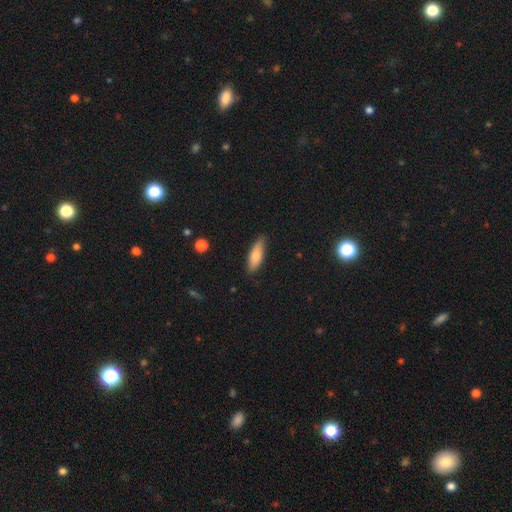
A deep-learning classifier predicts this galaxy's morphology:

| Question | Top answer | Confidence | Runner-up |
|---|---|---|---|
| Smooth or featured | smooth | 78% | featured or disk (16%) |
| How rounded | in between | 59% | cigar-shaped (39%) |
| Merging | none | 82% | minor disturbance (14%) |